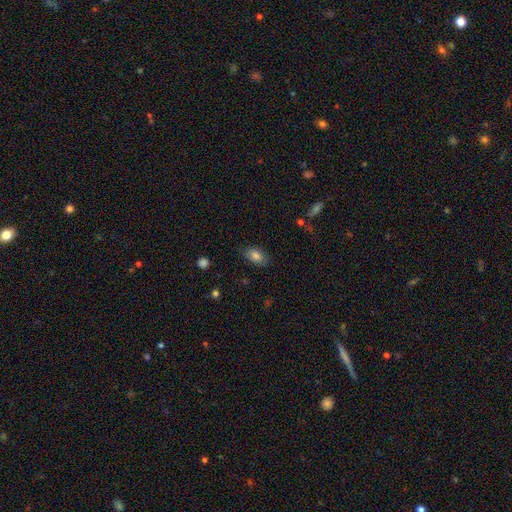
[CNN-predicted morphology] A smooth galaxy with no disk features (82%) that is in between round and cigar-shaped (90%).

Vote fractions:
- Smooth or featured? smooth: 82% / featured or disk: 9% / star or artifact: 8%
- How rounded? in between: 90% / round: 7% / cigar-shaped: 3%
- Merging? none: 80% / minor disturbance: 16% / major disturbance: 3% / merger: 1%